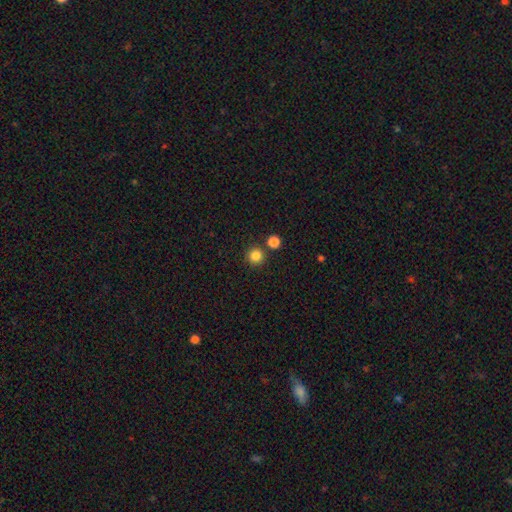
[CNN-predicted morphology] type=smooth (84%); roundness=round (95%); merging=none (83%).